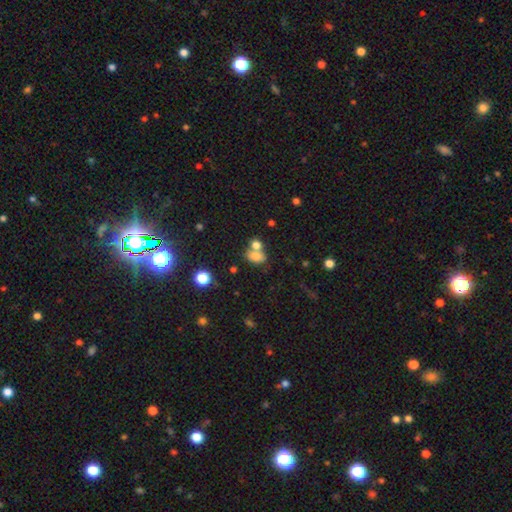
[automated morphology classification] A smooth galaxy with no disk features (76%) that is in between round and cigar-shaped (75%). Merging: merger (46%).